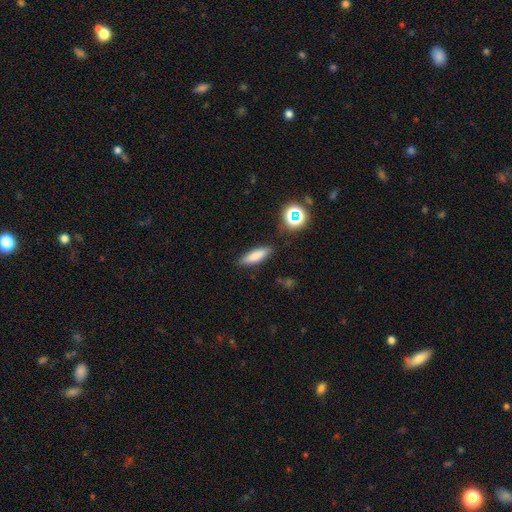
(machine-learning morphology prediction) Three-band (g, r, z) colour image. It shows a smooth galaxy with no disk features (79%) that is cigar-shaped (51%). Merging: none (85%).